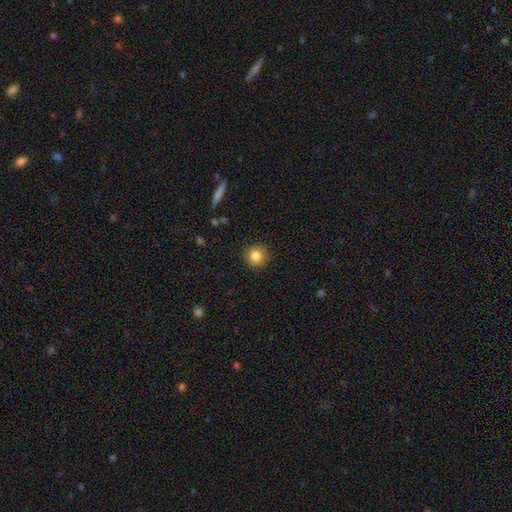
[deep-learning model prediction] Overall: smooth (83%). How rounded: round (93%). Merging: none (90%).